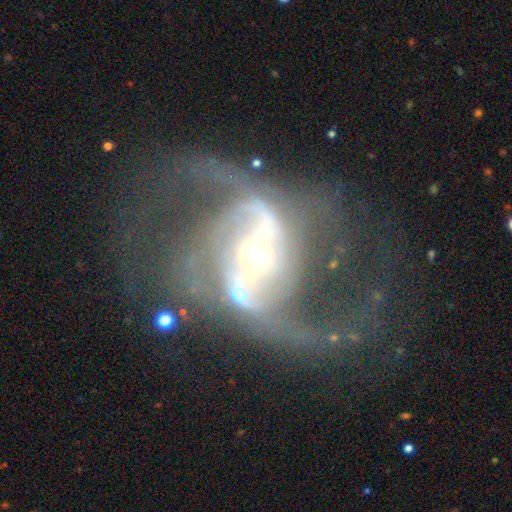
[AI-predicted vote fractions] A featured or disk galaxy (89%) with a strong bar (50%), 2 (79%) loose (45%) spiral arms (95%) and a small central bulge (49%). Merging: none (47%).